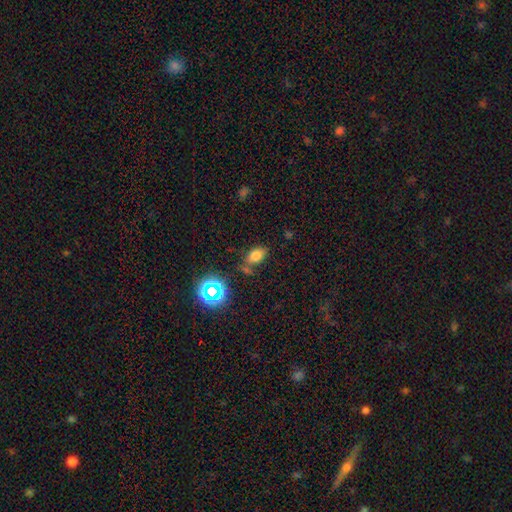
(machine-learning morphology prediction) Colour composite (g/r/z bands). It shows a smooth galaxy with no disk features (73%) that is in between round and cigar-shaped (84%). Merging: none (68%).